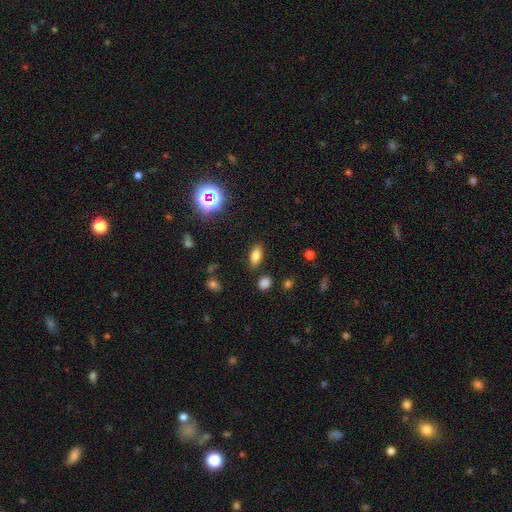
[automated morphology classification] Q: Smooth or featured?
A: smooth (79%); runner-up: star or artifact (12%)
Q: How rounded?
A: in between (84%); runner-up: cigar-shaped (11%)
Q: Merging?
A: none (84%); runner-up: minor disturbance (10%)